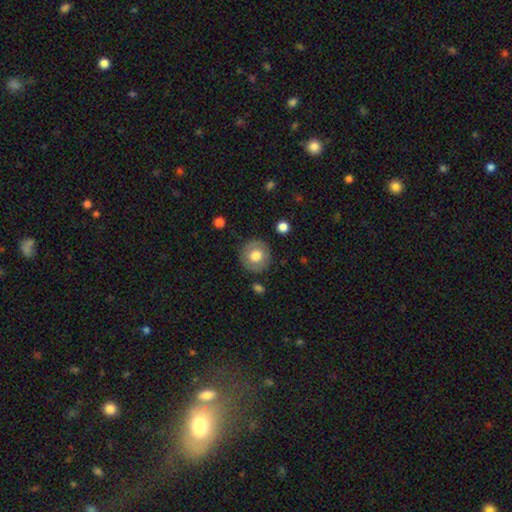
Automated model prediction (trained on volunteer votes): Smooth or featured: smooth — 69% (featured or disk — 23%)
How rounded: round — 93% (in between — 6%)
Merging: none — 86% (minor disturbance — 9%)